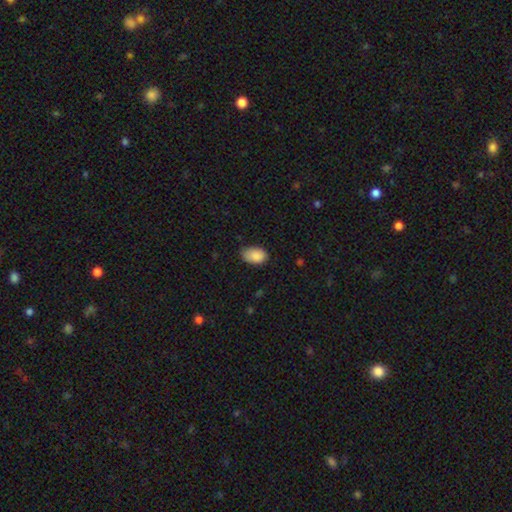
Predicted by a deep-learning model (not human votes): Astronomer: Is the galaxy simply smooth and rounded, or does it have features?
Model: smooth — 88%.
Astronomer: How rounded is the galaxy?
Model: in between — 91%.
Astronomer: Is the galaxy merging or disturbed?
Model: none — 69%.